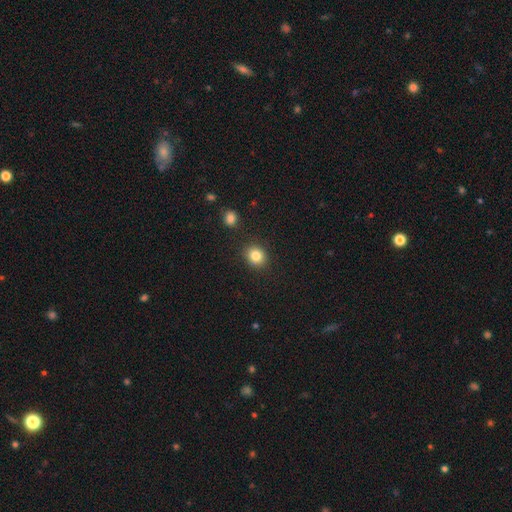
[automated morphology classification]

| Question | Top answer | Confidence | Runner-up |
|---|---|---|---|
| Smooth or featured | smooth | 84% | star or artifact (10%) |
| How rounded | round | 75% | in between (24%) |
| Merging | none | 87% | minor disturbance (8%) |